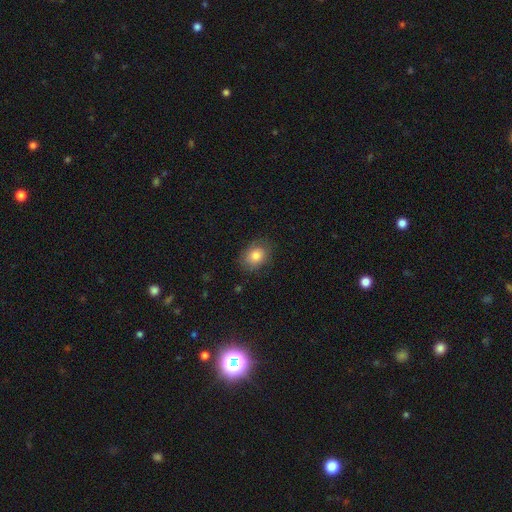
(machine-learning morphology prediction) Overall: smooth (80%). How rounded: in between (56%; round 43%). Merging: none (79%).